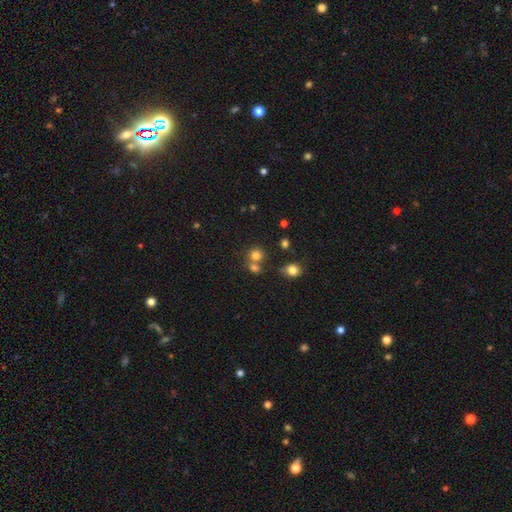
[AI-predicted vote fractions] smooth 77%, star or artifact 15%, featured or disk 8%. Down the decision tree: how rounded — round (84%); merging — none (54%).